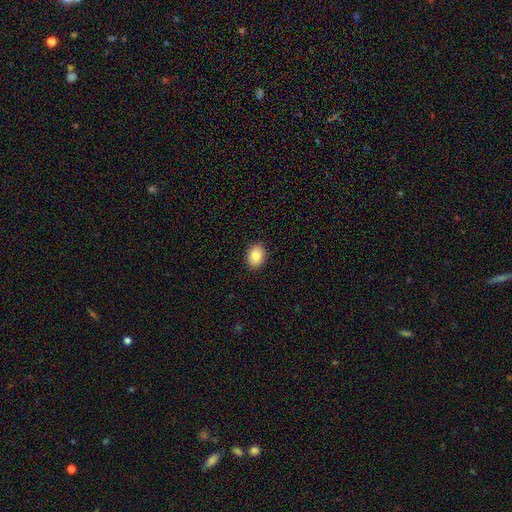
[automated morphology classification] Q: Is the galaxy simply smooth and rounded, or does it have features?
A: smooth — 86%.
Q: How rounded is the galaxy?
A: in between — 64%.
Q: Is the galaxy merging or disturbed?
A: none — 90%.